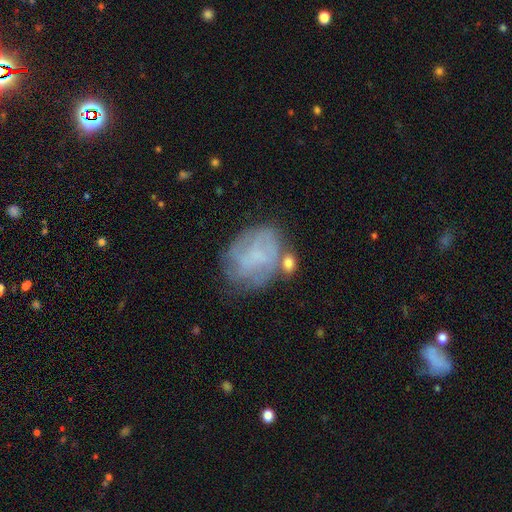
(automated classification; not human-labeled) The model was most divided on "spiral arms": yes: 55%, no: 45%. Remaining: edge-on disk — no (97%); bar — no (71%); bulge size — none (55%); smooth or featured — featured or disk (54%); merging — none (50%).